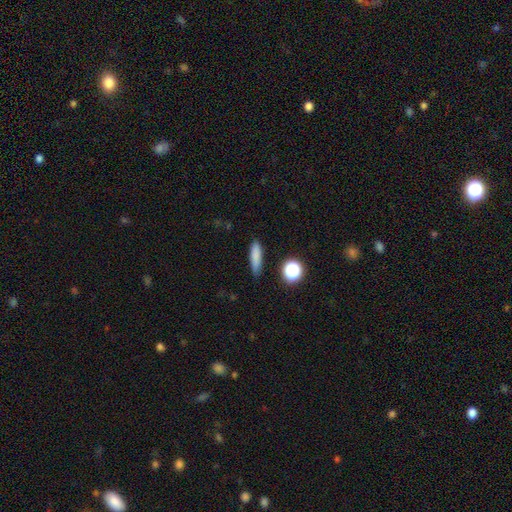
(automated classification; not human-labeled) A smooth galaxy with no disk features (81%) that is cigar-shaped (69%). Merging: none (83%).